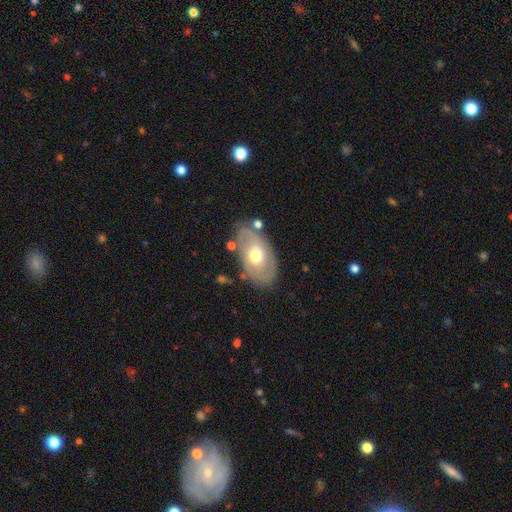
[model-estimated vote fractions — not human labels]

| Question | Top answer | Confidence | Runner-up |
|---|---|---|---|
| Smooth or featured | featured or disk | 58% | smooth (36%) |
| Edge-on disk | no | 91% | yes (9%) |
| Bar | no | 70% | weak (23%) |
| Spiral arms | yes | 55% | no (45%) |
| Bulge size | moderate | 73% | small (13%) |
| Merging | none | 70% | minor disturbance (18%) |